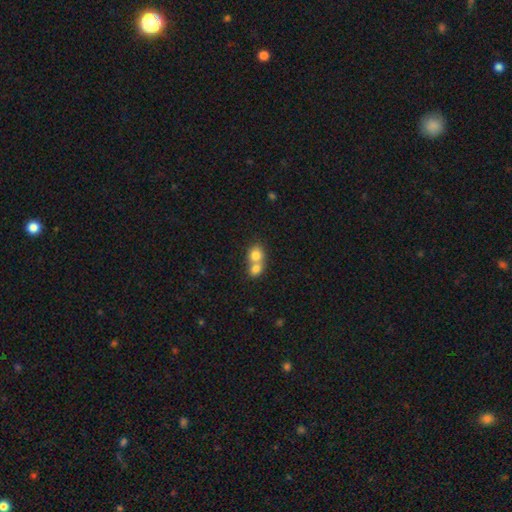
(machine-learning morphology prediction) Smooth or featured? Predicted: smooth (p=0.78). How rounded? Predicted: round (p=0.70). Merging? Predicted: merger (p=0.70).